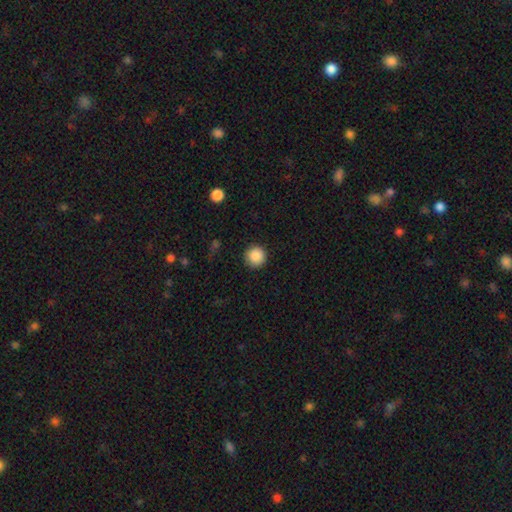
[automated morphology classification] smooth 88%, star or artifact 9%, featured or disk 3%. Down the decision tree: how rounded — round (96%); merging — none (91%).